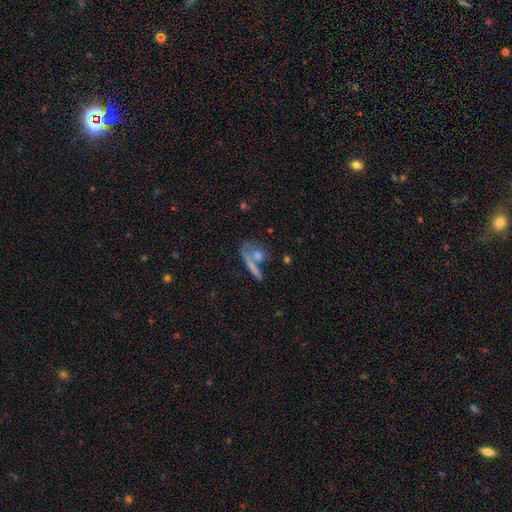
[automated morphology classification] A smooth galaxy with no disk features (58%) that is in between round and cigar-shaped (35%).

Vote fractions:
- Smooth or featured? smooth: 58% / featured or disk: 30% / star or artifact: 13%
- How rounded? in between: 35% / cigar-shaped: 34% / round: 31%
- Merging? none: 47% / merger: 31% / minor disturbance: 13% / major disturbance: 10%